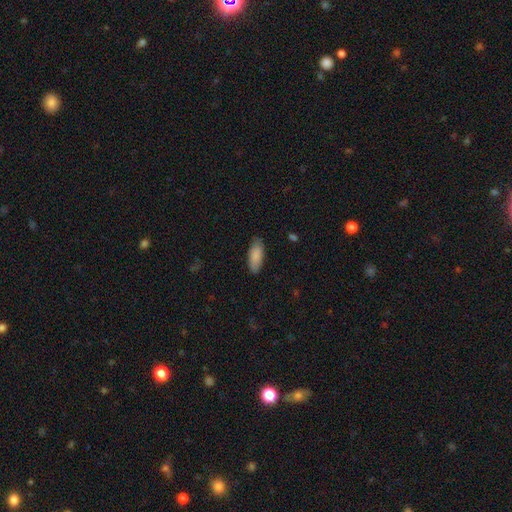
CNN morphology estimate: Overall: smooth (88%). How rounded: in between (77%). Merging: none (84%).